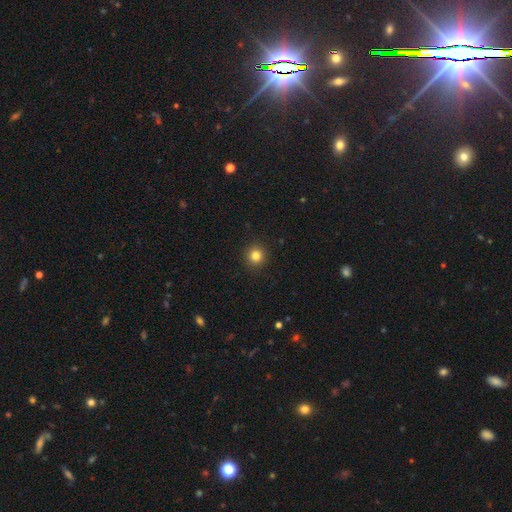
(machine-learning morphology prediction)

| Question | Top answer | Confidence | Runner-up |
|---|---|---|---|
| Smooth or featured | smooth | 82% | star or artifact (12%) |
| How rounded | round | 93% | in between (6%) |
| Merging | none | 92% | minor disturbance (5%) |